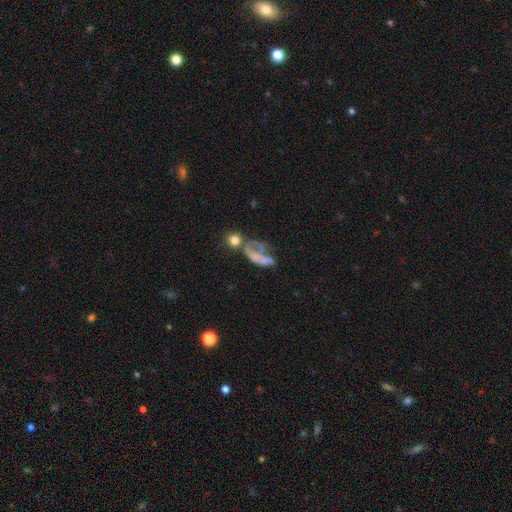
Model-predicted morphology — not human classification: Smooth or featured? Predicted: featured or disk (p=0.47). Merging? Predicted: major disturbance (p=0.38).